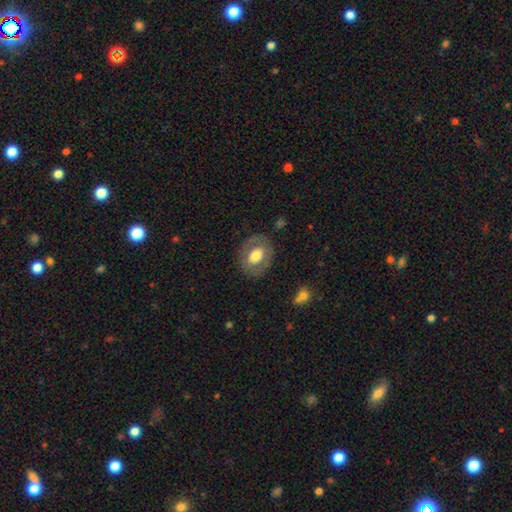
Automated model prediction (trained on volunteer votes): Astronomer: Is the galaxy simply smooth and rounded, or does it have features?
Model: smooth — 57% (runner-up: featured or disk, 36%).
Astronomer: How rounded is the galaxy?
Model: in between — 58% (runner-up: round, 41%).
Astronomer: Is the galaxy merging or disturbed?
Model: none — 81%.